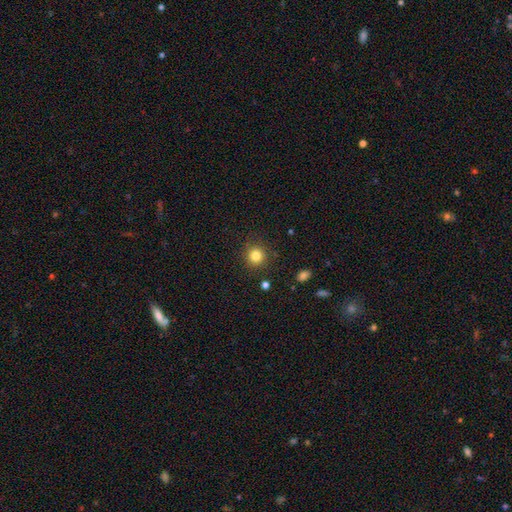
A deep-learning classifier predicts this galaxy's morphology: This appears to be a smooth galaxy with no disk features (82%) that is round (93%). Merging: none (87%).